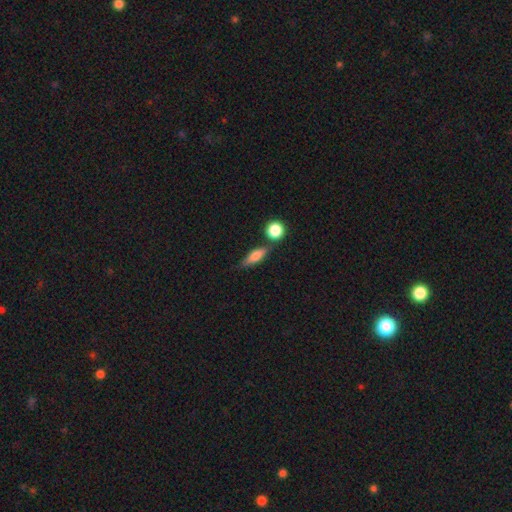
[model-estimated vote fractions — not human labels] Smooth or featured?
  - smooth: 65% *
  - featured or disk: 27%
  - star or artifact: 8%
How rounded?
  - in between: 51% *
  - cigar-shaped: 41%
  - round: 9%
Merging?
  - none: 69% *
  - minor disturbance: 15%
  - merger: 12%
  - major disturbance: 4%